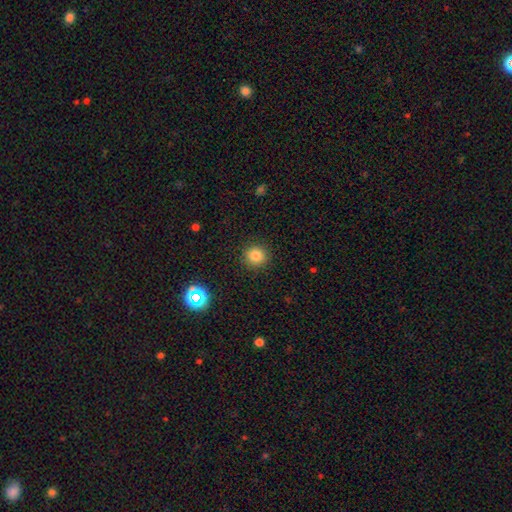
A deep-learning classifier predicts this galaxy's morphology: smooth 81%, star or artifact 13%, featured or disk 5%. Down the decision tree: how rounded — round (93%); merging — none (91%).